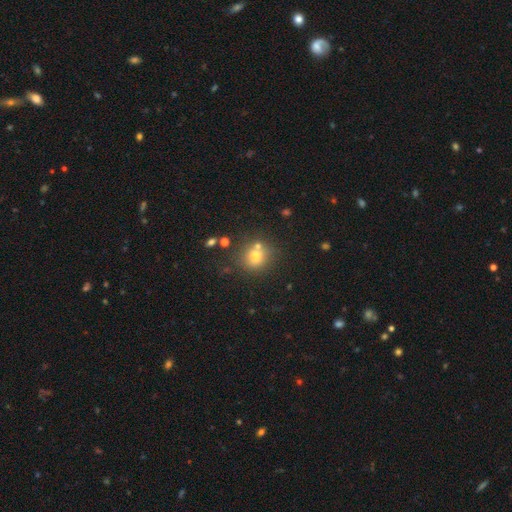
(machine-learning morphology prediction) This appears to be a smooth galaxy with no disk features (70%) that is round (85%). Merging: none (67%).